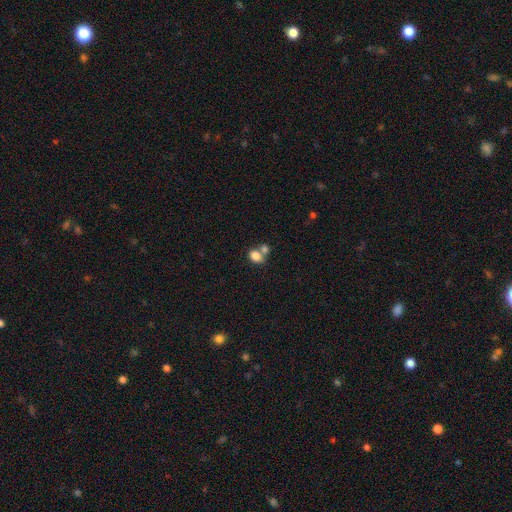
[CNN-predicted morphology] smooth-or-featured: smooth: 82% | star or artifact: 10% | featured or disk: 8%
  how-rounded: in between: 64% | round: 35% | cigar-shaped: 1%
  merging: merger: 48% | none: 39% | minor disturbance: 9% | major disturbance: 4%